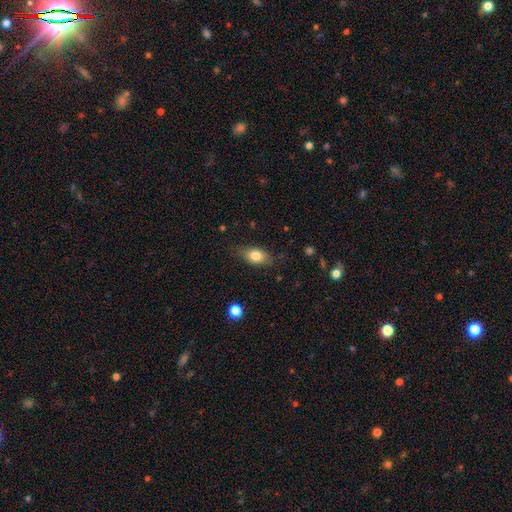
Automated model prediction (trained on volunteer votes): smooth_or_featured: smooth (p=0.78) [alt: featured or disk p=0.14]
how_rounded: in between (p=0.83) [alt: round p=0.11]
merging: none (p=0.76) [alt: minor disturbance p=0.19]